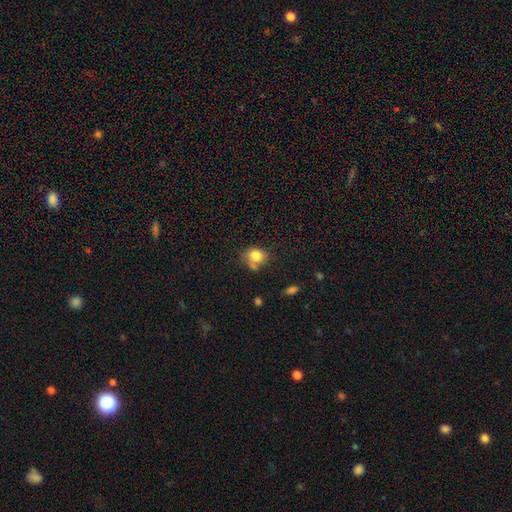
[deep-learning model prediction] Smooth or featured?
  - smooth: 81% *
  - star or artifact: 10%
  - featured or disk: 10%
How rounded?
  - in between: 50% *
  - round: 49%
  - cigar-shaped: 1%
Merging?
  - none: 55% *
  - merger: 19%
  - minor disturbance: 19%
  - major disturbance: 6%